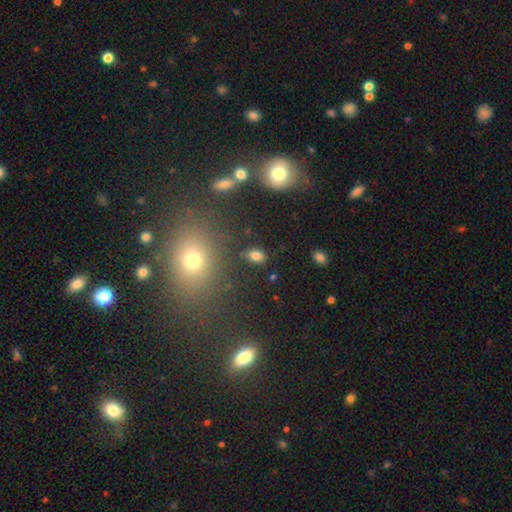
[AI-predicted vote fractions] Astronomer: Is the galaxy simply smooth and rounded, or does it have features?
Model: smooth — 80%.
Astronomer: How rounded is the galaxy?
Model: in between — 84%.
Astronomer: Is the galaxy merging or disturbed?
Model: none — 82%.